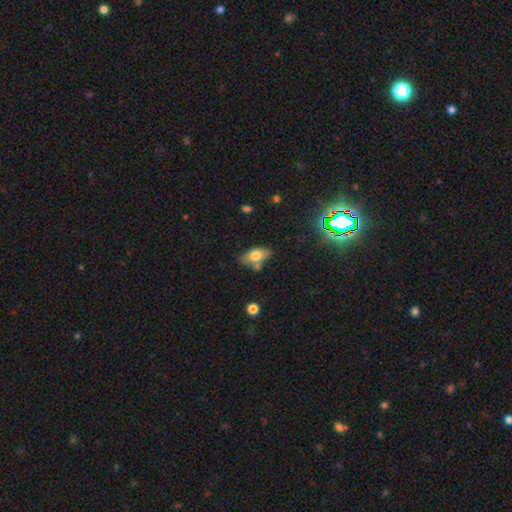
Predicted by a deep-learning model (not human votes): Smooth or featured: smooth — 72% (featured or disk — 19%)
How rounded: in between — 87% (cigar-shaped — 7%)
Merging: none — 61% (minor disturbance — 18%)